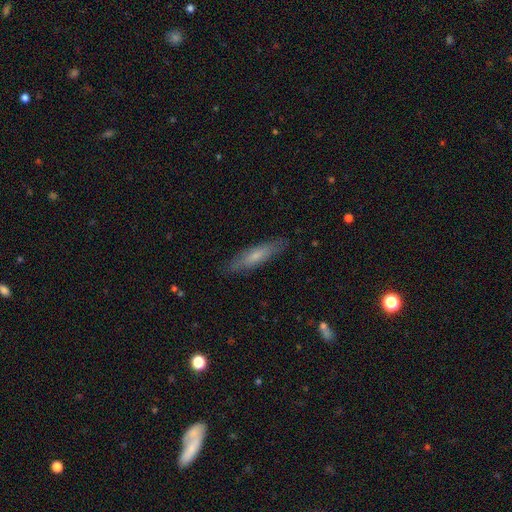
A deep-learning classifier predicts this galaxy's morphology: Smooth or featured? Predicted: smooth (p=0.59). How rounded? Predicted: cigar-shaped (p=0.76). Merging? Predicted: none (p=0.84).